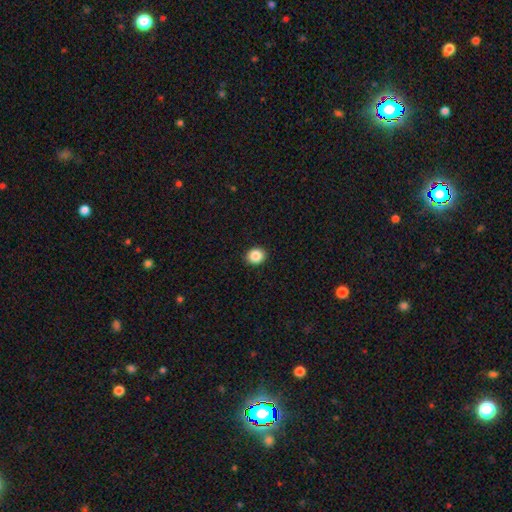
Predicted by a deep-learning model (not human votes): The model was most divided on "how rounded": round: 73%, in between: 26%, cigar-shaped: 1%. More confident: merging — none (92%); smooth or featured — smooth (87%).